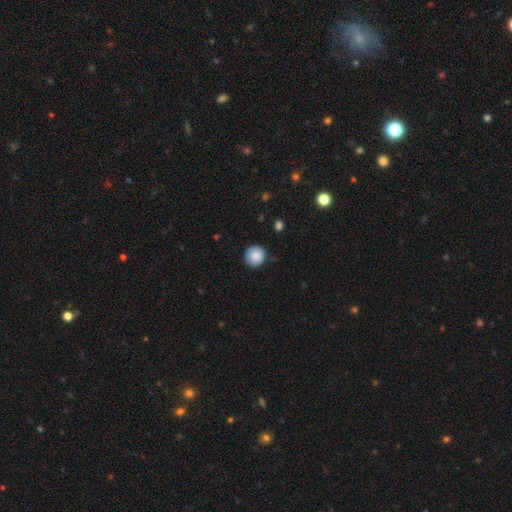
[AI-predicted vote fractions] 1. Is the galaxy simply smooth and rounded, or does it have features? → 88% smooth, 8% star or artifact, 4% featured or disk.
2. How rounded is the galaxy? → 94% round, 5% in between, 1% cigar-shaped.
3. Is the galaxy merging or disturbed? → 86% none, 10% minor disturbance, 2% major disturbance, 1% merger.